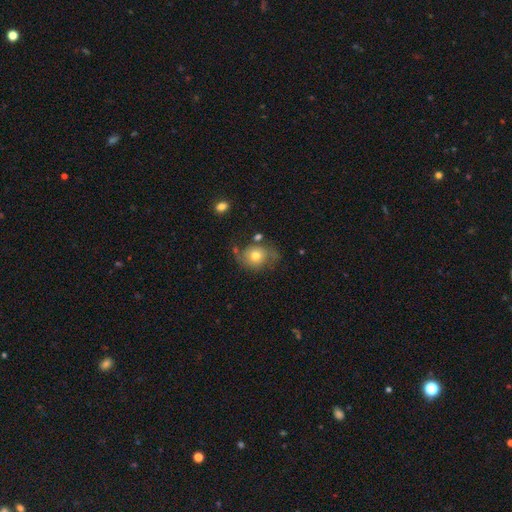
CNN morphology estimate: Smooth or featured? smooth (46%)
Merging? none (58%)